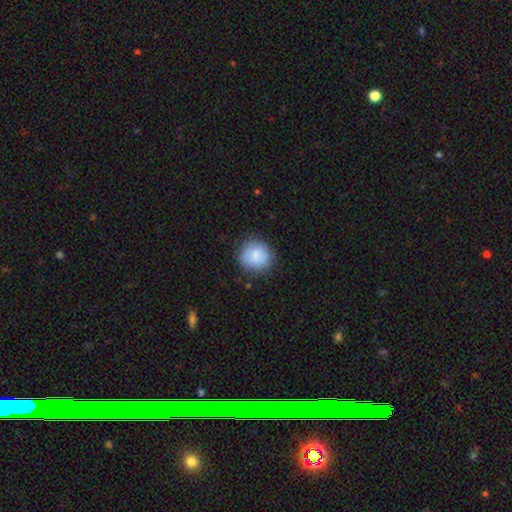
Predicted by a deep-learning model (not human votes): A smooth galaxy with no disk features (82%) that is round (86%).

Vote fractions:
- Smooth or featured? smooth: 82% / featured or disk: 11% / star or artifact: 7%
- How rounded? round: 86% / in between: 13% / cigar-shaped: 1%
- Merging? none: 76% / minor disturbance: 17% / major disturbance: 5% / merger: 2%